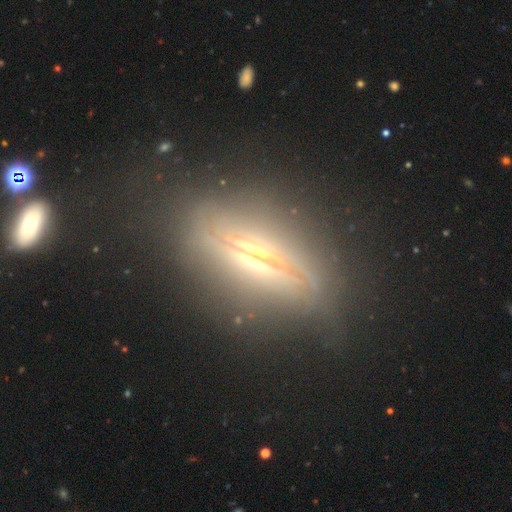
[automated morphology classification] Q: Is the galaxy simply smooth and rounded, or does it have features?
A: featured or disk — 74%.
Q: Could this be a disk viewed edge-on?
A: yes — 83%.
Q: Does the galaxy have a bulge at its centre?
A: rounded — 74%.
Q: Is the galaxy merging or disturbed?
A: none — 75%.